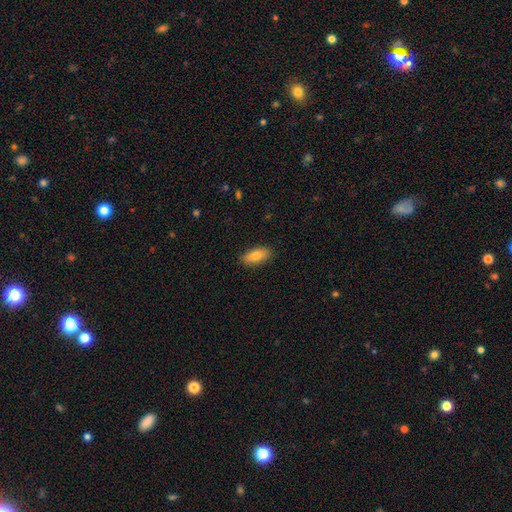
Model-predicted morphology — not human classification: A smooth galaxy with no disk features (80%) that is in between round and cigar-shaped (85%). Merging: none (89%).